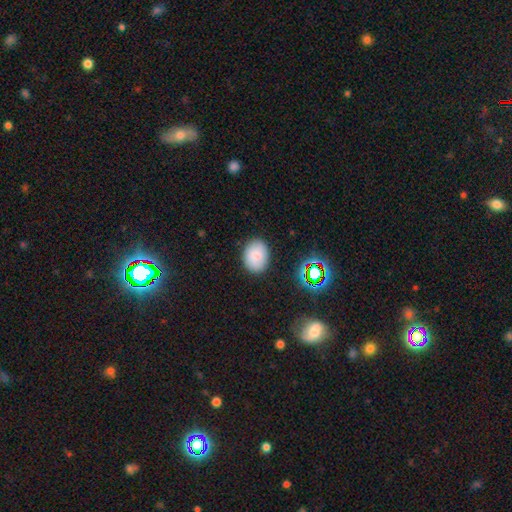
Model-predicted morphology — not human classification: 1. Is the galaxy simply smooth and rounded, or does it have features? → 77% smooth, 12% featured or disk, 11% star or artifact.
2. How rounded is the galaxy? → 60% in between, 39% round, 1% cigar-shaped.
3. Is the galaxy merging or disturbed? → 84% none, 11% minor disturbance, 3% major disturbance, 2% merger.